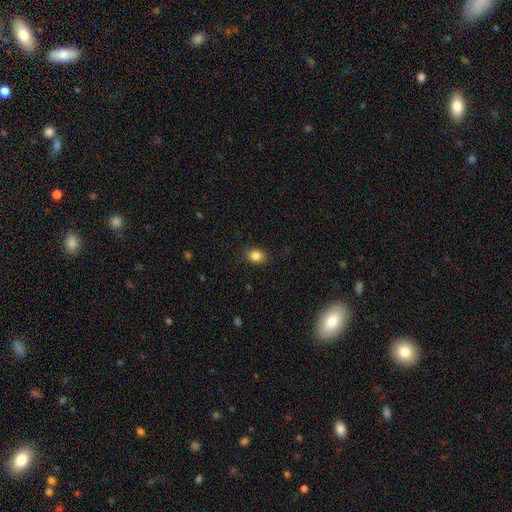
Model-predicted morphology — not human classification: This appears to be a smooth galaxy with no disk features (84%) that is in between round and cigar-shaped (59%). Merging: none (86%).